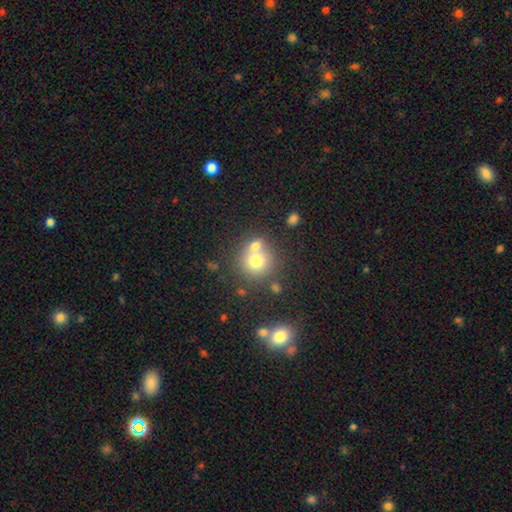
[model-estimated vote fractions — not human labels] Smooth or featured?
  - smooth: 69% *
  - featured or disk: 16%
  - star or artifact: 15%
How rounded?
  - round: 88% *
  - in between: 11%
  - cigar-shaped: 1%
Merging?
  - none: 53% *
  - merger: 35%
  - minor disturbance: 8%
  - major disturbance: 3%